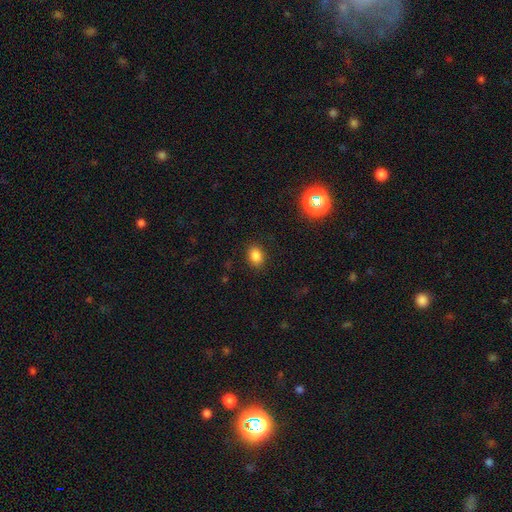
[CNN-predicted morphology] A smooth galaxy with no disk features (84%) that is in between round and cigar-shaped (67%). Merging: none (88%).